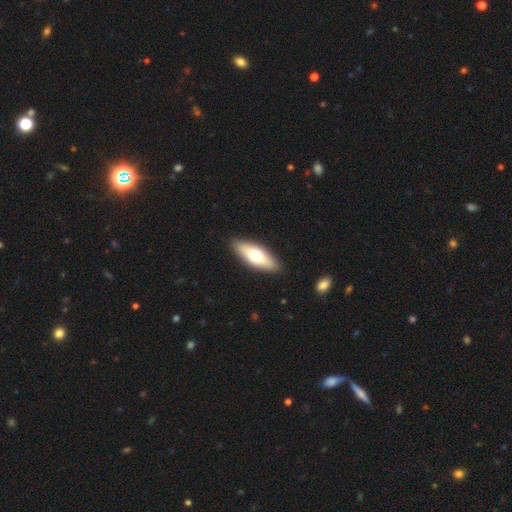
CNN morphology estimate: smooth-or-featured: smooth: 61% | featured or disk: 33% | star or artifact: 6%
  how-rounded: in between: 65% | cigar-shaped: 33% | round: 2%
  merging: none: 89% | minor disturbance: 8% | major disturbance: 2% | merger: 1%